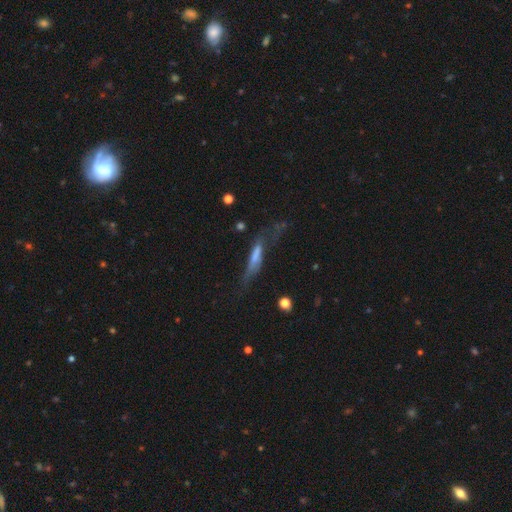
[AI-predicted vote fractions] Smooth or featured?
  - smooth: 50% *
  - featured or disk: 41%
  - star or artifact: 9%
Merging?
  - major disturbance: 34% * (tied)
  - none: 34% * (tied)
  - minor disturbance: 26%
  - merger: 5%